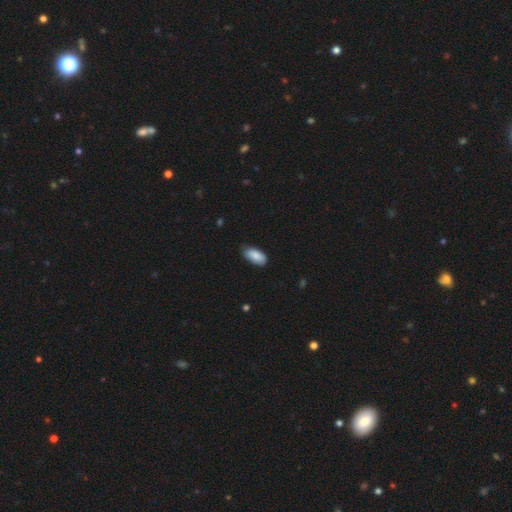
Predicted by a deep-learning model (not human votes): Overall: smooth (87%). How rounded: in between (92%). Merging: none (72%).